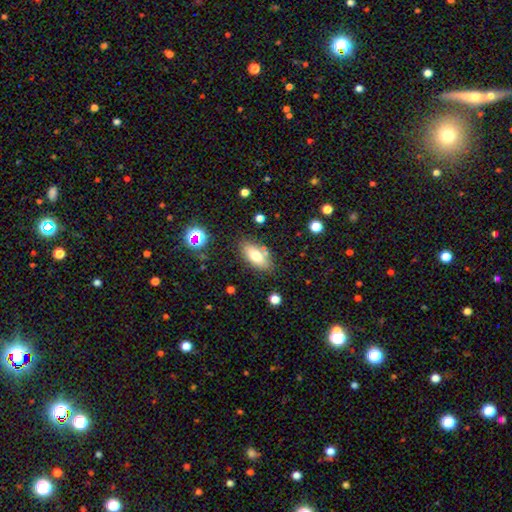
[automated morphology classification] type=smooth (70%); roundness=in between (85%); merging=none (78%).